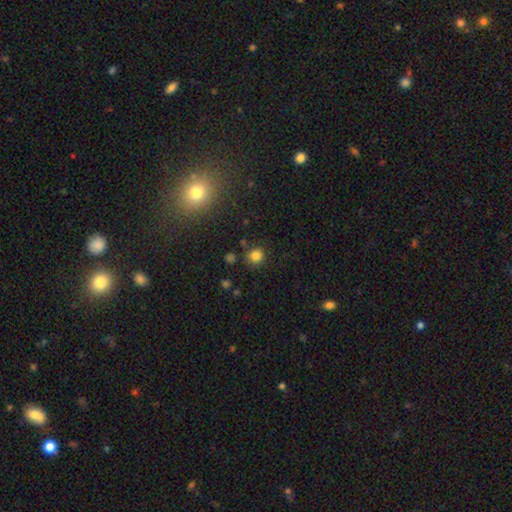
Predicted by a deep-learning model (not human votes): The model was most divided on "smooth or featured": smooth: 81%, star or artifact: 14%, featured or disk: 5%. More confident: how rounded — round (89%); merging — none (84%).